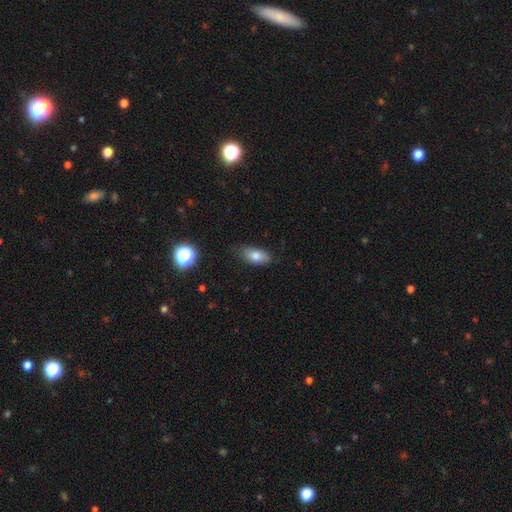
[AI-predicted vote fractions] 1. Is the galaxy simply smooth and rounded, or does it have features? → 79% smooth, 12% featured or disk, 9% star or artifact.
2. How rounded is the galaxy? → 87% in between, 7% cigar-shaped, 6% round.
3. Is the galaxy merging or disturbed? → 76% none, 19% minor disturbance, 4% major disturbance, 1% merger.